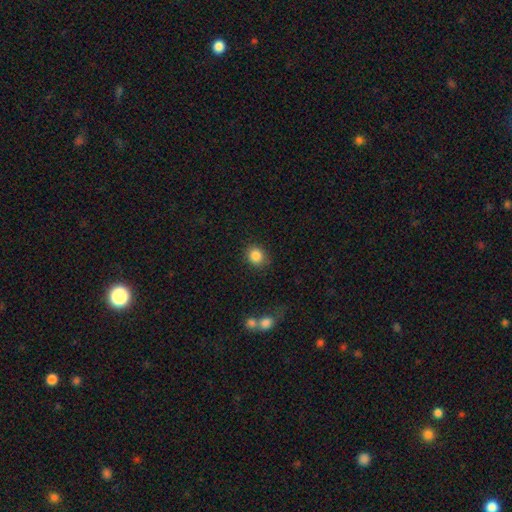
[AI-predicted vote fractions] smooth 86%, star or artifact 10%, featured or disk 5%. Down the decision tree: how rounded — round (74%); merging — none (84%).